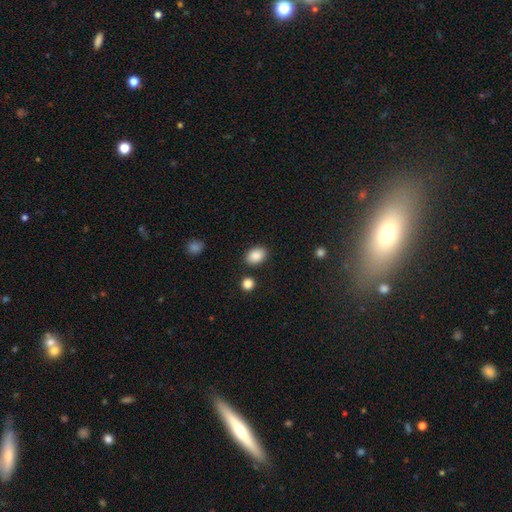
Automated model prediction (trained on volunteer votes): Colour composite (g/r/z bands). It shows a smooth galaxy with no disk features (88%) that is in between round and cigar-shaped (78%). Merging: none (84%).